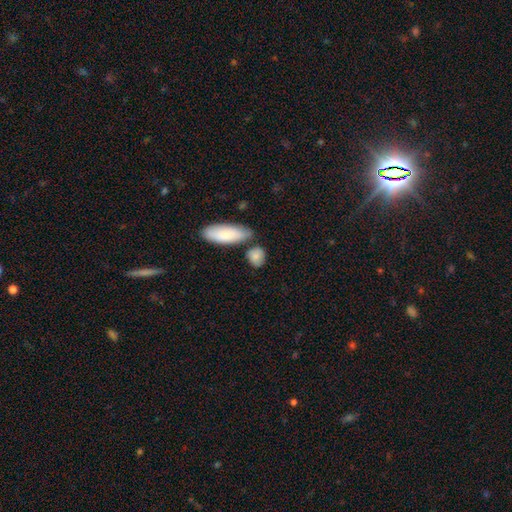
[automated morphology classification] This appears to be a smooth galaxy with no disk features (85%) that is in between round and cigar-shaped (53%). Merging: none (66%).